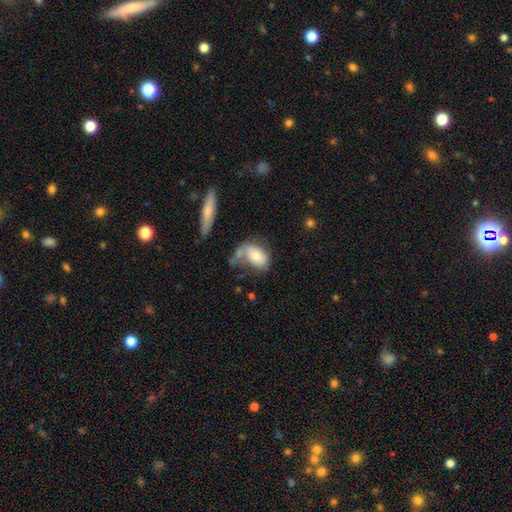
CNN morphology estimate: The model was most divided on "merging": none: 37%, minor disturbance: 25%, merger: 20%, major disturbance: 18%. More confident: how rounded — in between (87%); smooth or featured — smooth (70%).